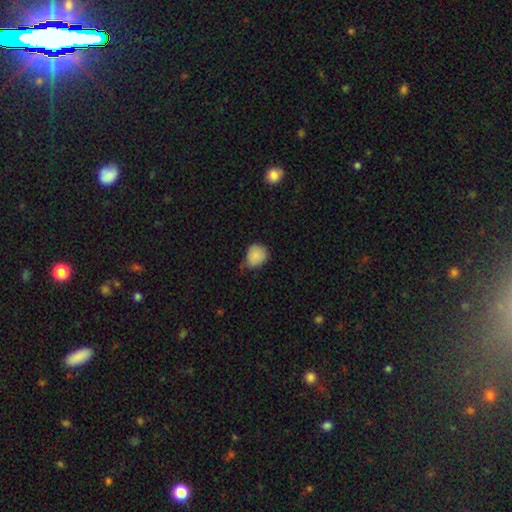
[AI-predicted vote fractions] A smooth galaxy with no disk features (87%) that is round (73%).

Vote fractions:
- Smooth or featured? smooth: 87% / star or artifact: 8% / featured or disk: 5%
- How rounded? round: 73% / in between: 26% / cigar-shaped: 1%
- Merging? none: 51% / minor disturbance: 40% / major disturbance: 6% / merger: 3%